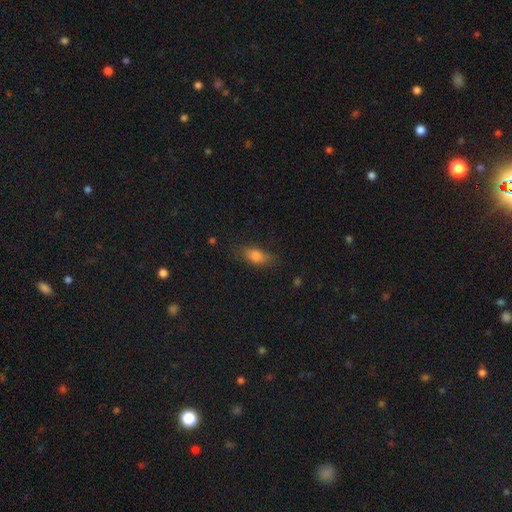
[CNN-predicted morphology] Q: Smooth or featured?
A: smooth (80%); runner-up: star or artifact (10%)
Q: How rounded?
A: in between (81%); runner-up: cigar-shaped (12%)
Q: Merging?
A: none (76%); runner-up: minor disturbance (18%)